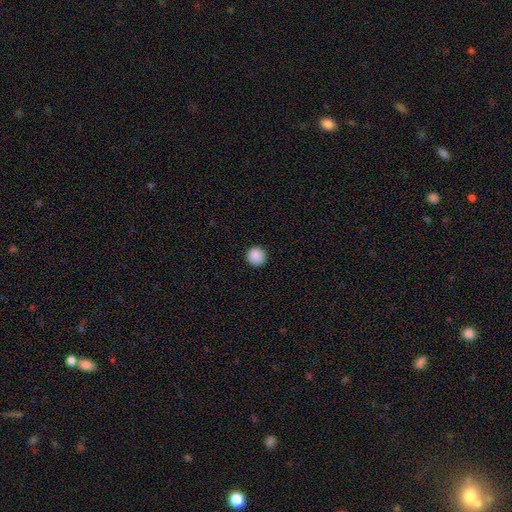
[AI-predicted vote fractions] smooth 89%, star or artifact 9%, featured or disk 2%. Down the decision tree: how rounded — round (95%); merging — none (93%).